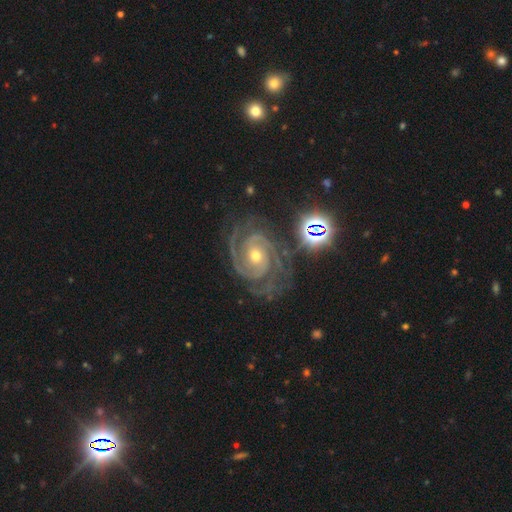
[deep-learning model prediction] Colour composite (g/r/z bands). It shows a featured or disk galaxy (90%) with no bar (63%), 2 (54%) tight (72%) spiral arms (99%) and a moderate central bulge (51%). Merging: none (74%).